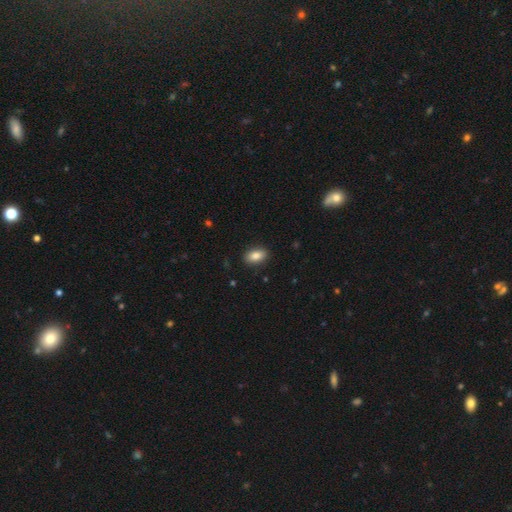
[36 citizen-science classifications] Overall: smooth (89%). How rounded: in between (97%). Merging: none (85%).